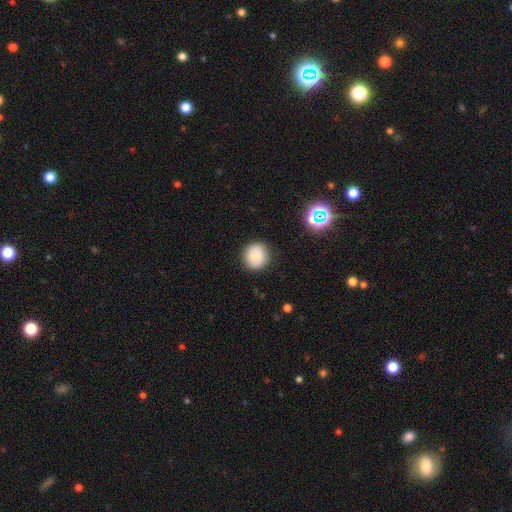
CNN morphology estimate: Overall: smooth (80%). How rounded: round (88%). Merging: none (88%).